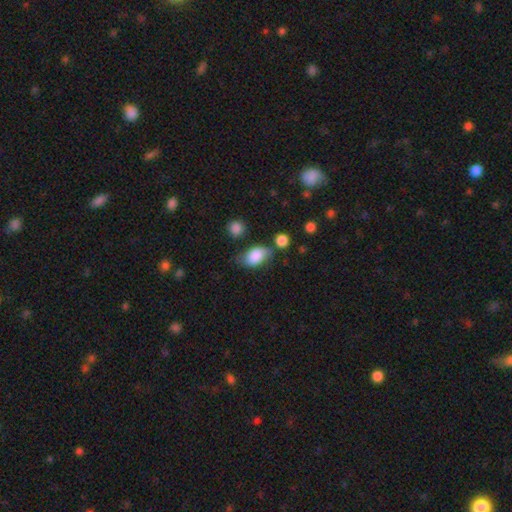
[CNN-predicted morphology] smooth 82%, featured or disk 10%, star or artifact 8%. Down the decision tree: how rounded — in between (88%); merging — none (55%).